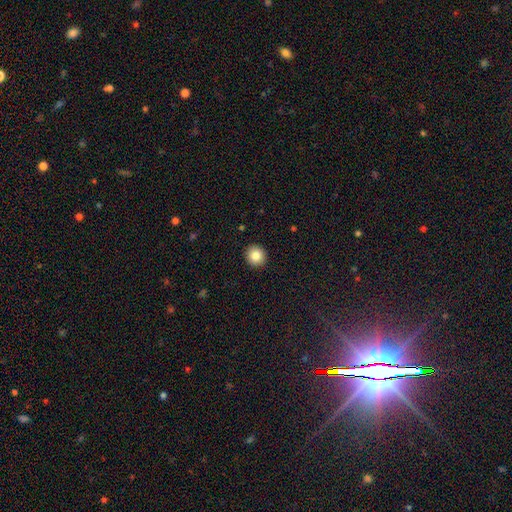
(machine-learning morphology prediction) Q: Smooth or featured?
A: smooth (84%); runner-up: star or artifact (9%)
Q: How rounded?
A: round (92%); runner-up: in between (7%)
Q: Merging?
A: none (93%); runner-up: minor disturbance (5%)